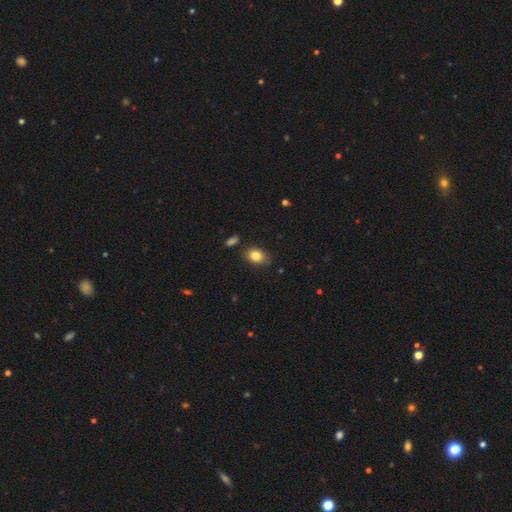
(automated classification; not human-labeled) smooth-or-featured: smooth: 83% | star or artifact: 9% | featured or disk: 8%
  how-rounded: in between: 70% | round: 29% | cigar-shaped: 1%
  merging: none: 80% | minor disturbance: 15% | major disturbance: 3% | merger: 3%